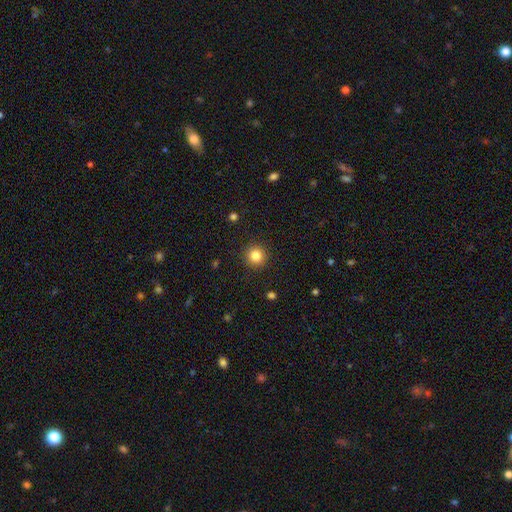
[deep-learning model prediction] The model was most divided on "smooth or featured": smooth: 83%, star or artifact: 11%, featured or disk: 5%. More confident: how rounded — round (94%); merging — none (91%).